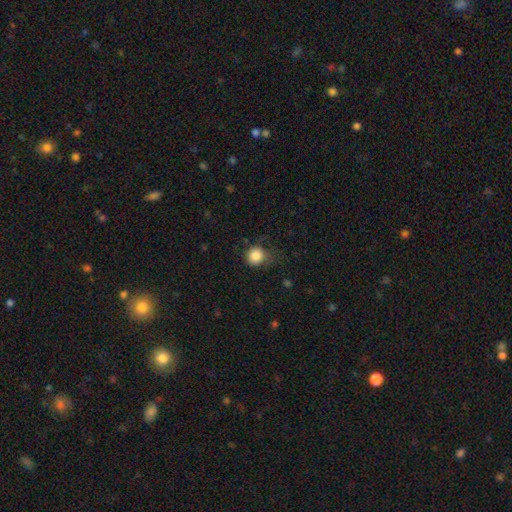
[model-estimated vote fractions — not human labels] smooth-or-featured: smooth: 85% | star or artifact: 10% | featured or disk: 5%
  how-rounded: round: 86% | in between: 13% | cigar-shaped: 1%
  merging: none: 62% | minor disturbance: 25% | major disturbance: 10% | merger: 2%